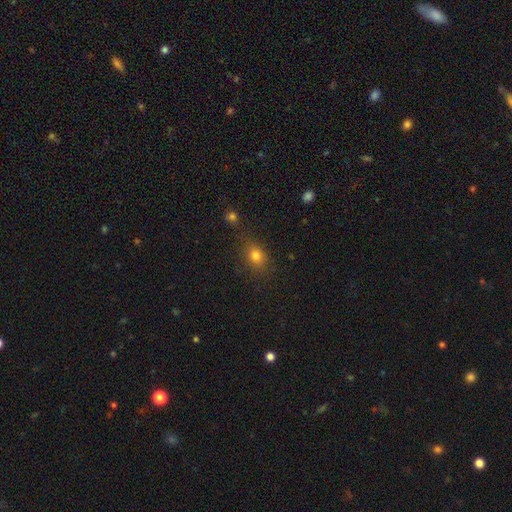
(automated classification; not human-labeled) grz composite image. It shows a smooth galaxy with no disk features (78%) that is round (52%). Merging: none (71%).